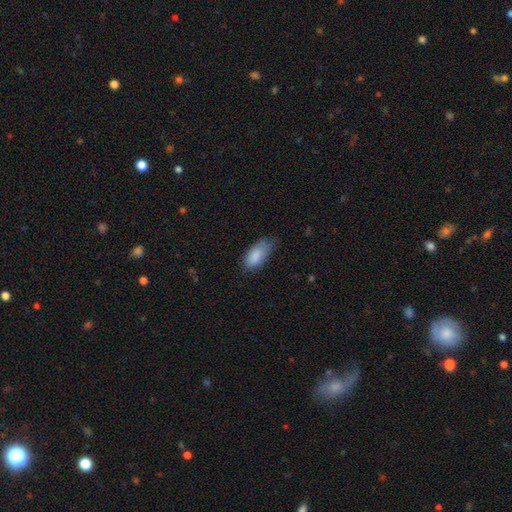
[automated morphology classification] A smooth galaxy with no disk features (87%) that is in between round and cigar-shaped (92%).

Vote fractions:
- Smooth or featured? smooth: 87% / star or artifact: 6% / featured or disk: 6%
- How rounded? in between: 92% / cigar-shaped: 6% / round: 2%
- Merging? none: 57% / minor disturbance: 34% / major disturbance: 7% / merger: 1%